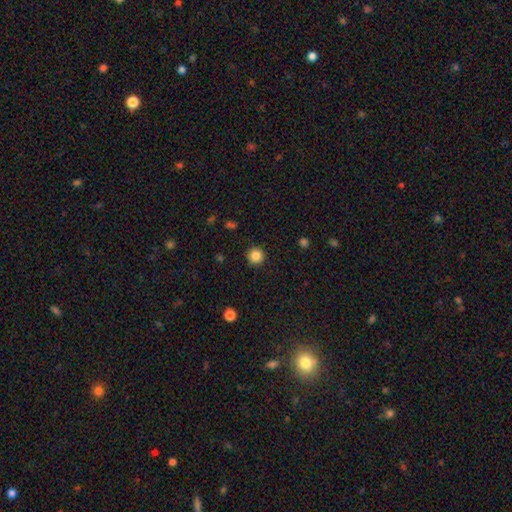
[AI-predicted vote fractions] A smooth galaxy with no disk features (85%) that is round (95%). Merging: none (92%).